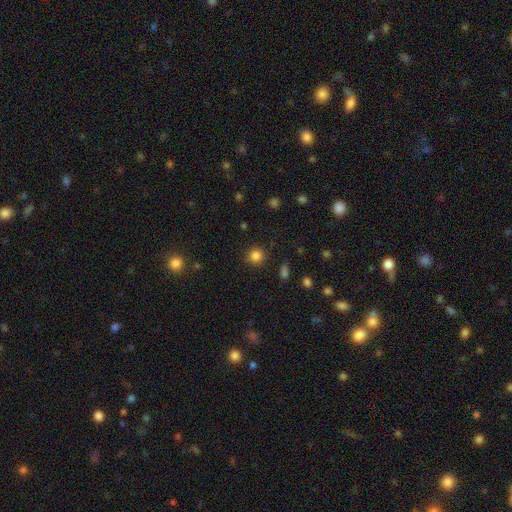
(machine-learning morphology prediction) A smooth galaxy with no disk features (83%) that is round (89%). Merging: none (88%).